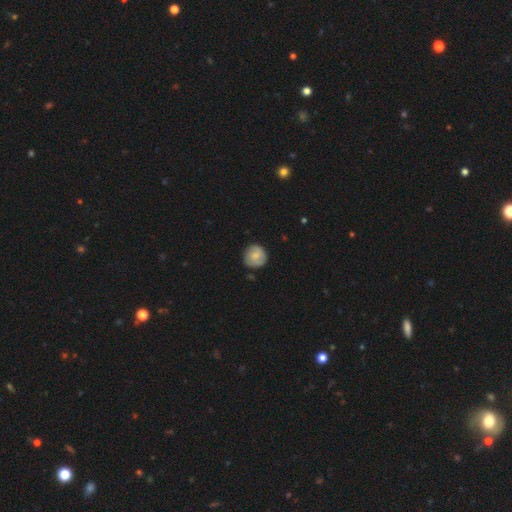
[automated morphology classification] A smooth galaxy with no disk features (66%) that is round (90%). Merging: none (79%).